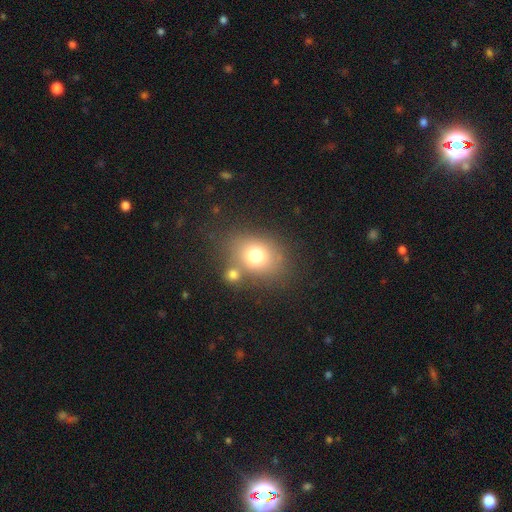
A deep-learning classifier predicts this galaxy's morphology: Smooth or featured? Predicted: smooth (p=0.74). How rounded? Predicted: in between (p=0.51). Merging? Predicted: none (p=0.58).